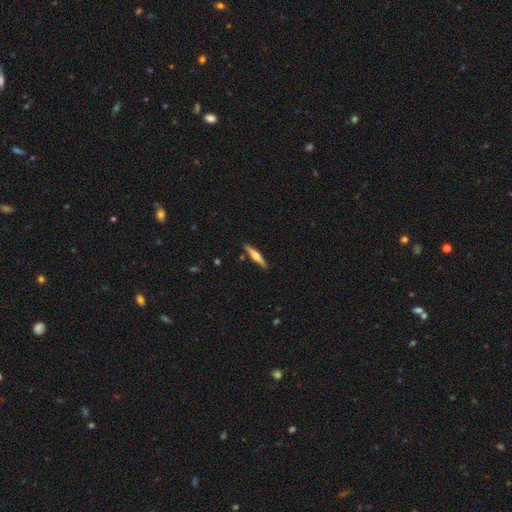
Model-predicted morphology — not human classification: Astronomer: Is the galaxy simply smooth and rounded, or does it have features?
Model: featured or disk — 56% (runner-up: smooth, 38%).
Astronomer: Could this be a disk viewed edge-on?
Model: yes — 97%.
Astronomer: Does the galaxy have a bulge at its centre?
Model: rounded — 85%.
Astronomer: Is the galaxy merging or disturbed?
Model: none — 89%.